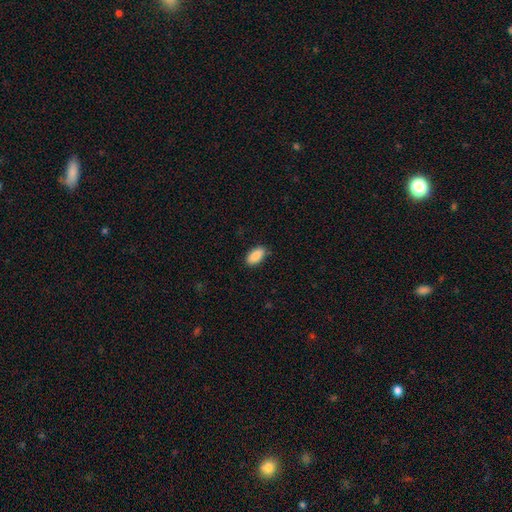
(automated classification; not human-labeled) This is clearly a smooth galaxy (89%). How rounded: clearly in between (92%). Merging: clearly none (83%).